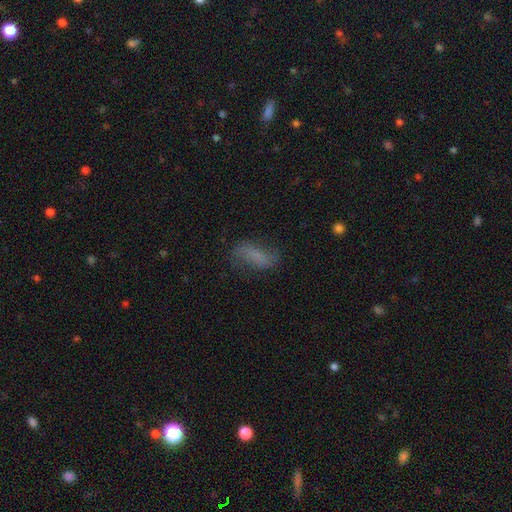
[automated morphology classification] This appears to be a smooth galaxy with no disk features (55%) that is in between round and cigar-shaped (72%). Merging: none (63%).